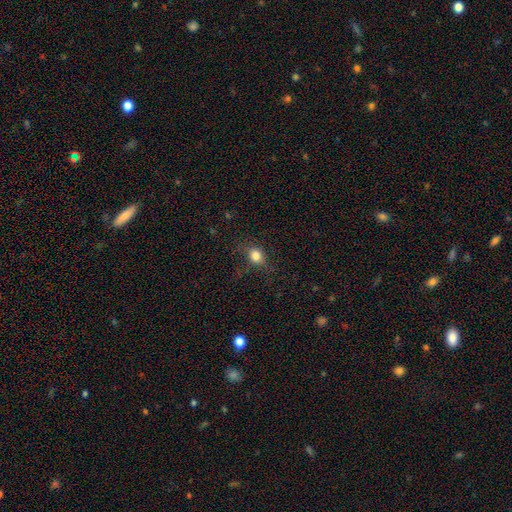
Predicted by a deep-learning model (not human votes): The model was most divided on "how rounded": round: 57%, in between: 41%, cigar-shaped: 2%. More confident: smooth or featured — smooth (79%); merging — none (72%).